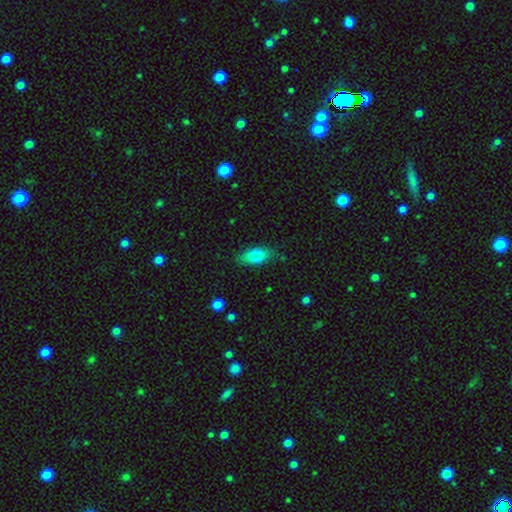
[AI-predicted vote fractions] Smooth or featured? Predicted: smooth (p=0.78). How rounded? Predicted: in between (p=0.84). Merging? Predicted: none (p=0.81).